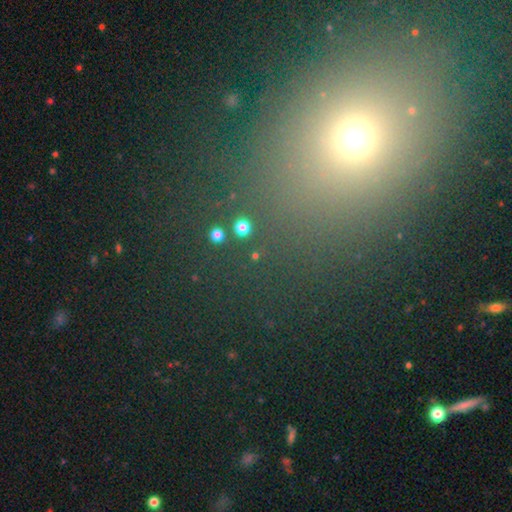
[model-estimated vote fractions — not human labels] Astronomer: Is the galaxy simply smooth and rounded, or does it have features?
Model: star or artifact — 51% (runner-up: smooth, 39%).